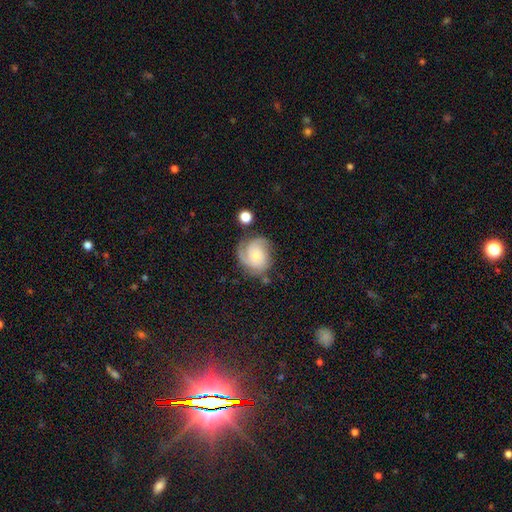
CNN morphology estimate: featured or disk 75%, smooth 18%, star or artifact 7%. Down the decision tree: edge-on disk — no (98%); bar — no (75%); spiral arms — yes (95%); spiral arm count — 2 (33%); spiral winding — tight (56%); bulge size — small (59%); merging — none (63%).